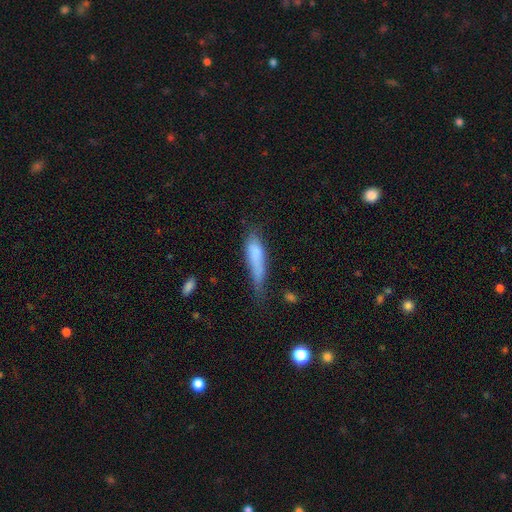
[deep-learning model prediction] Smooth or featured: smooth — 76% (featured or disk — 17%)
How rounded: cigar-shaped — 68% (in between — 30%)
Merging: minor disturbance — 39% (none — 35%)